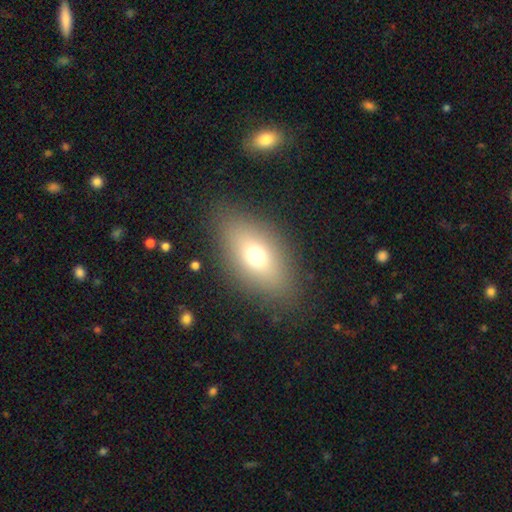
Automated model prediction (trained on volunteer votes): smooth_or_featured: smooth (p=0.68) [alt: featured or disk p=0.21]
how_rounded: in between (p=0.85) [alt: round p=0.09]
merging: none (p=0.84) [alt: minor disturbance p=0.10]